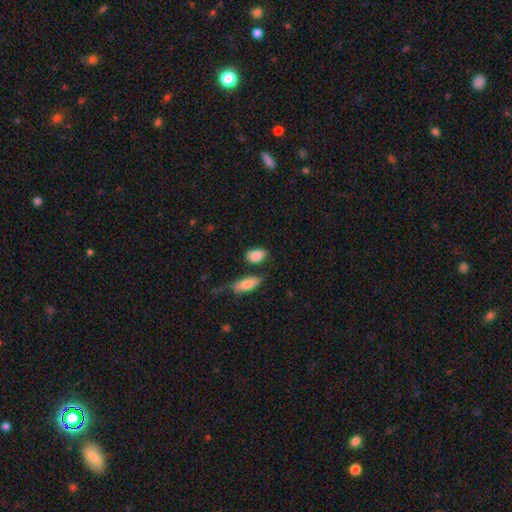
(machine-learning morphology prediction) type=smooth (86%); roundness=in between (85%); merging=none (69%).